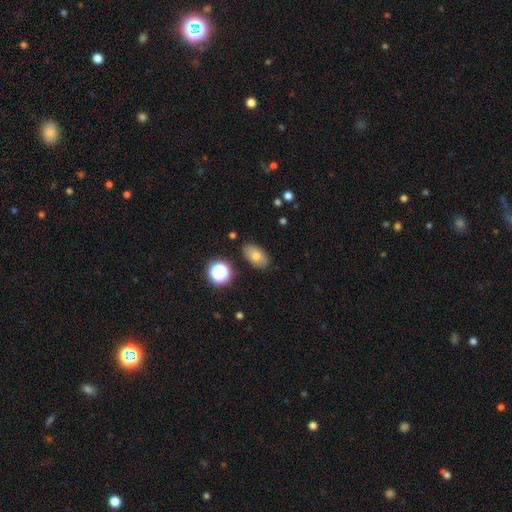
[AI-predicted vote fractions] smooth_or_featured: smooth (p=0.69) [alt: star or artifact p=0.17]
how_rounded: in between (p=0.86) [alt: round p=0.12]
merging: none (p=0.85) [alt: minor disturbance p=0.10]